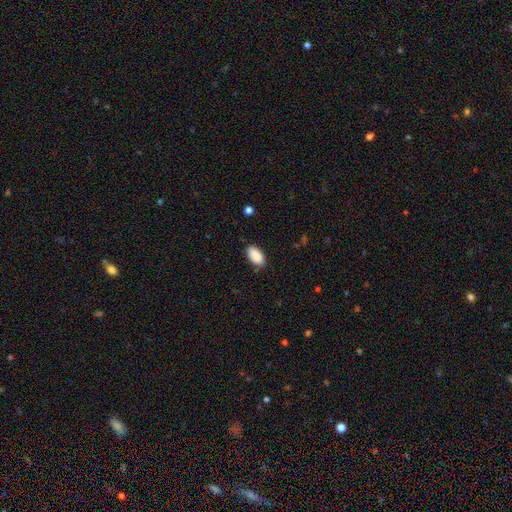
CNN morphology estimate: Overall: smooth (90%). How rounded: in between (95%). Merging: none (84%).